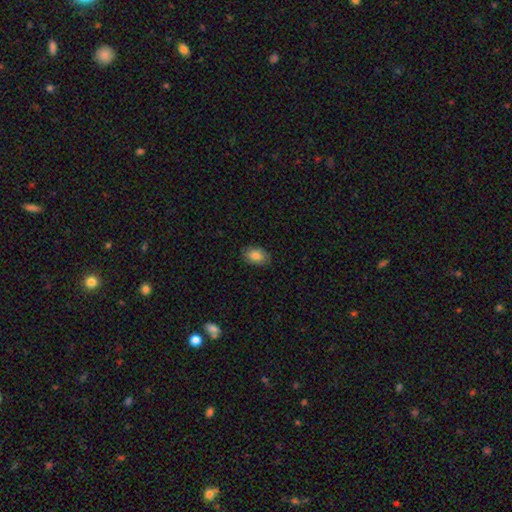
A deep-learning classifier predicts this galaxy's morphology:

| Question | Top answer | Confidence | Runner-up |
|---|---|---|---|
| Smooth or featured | smooth | 84% | featured or disk (8%) |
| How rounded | in between | 87% | round (11%) |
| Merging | none | 86% | minor disturbance (11%) |